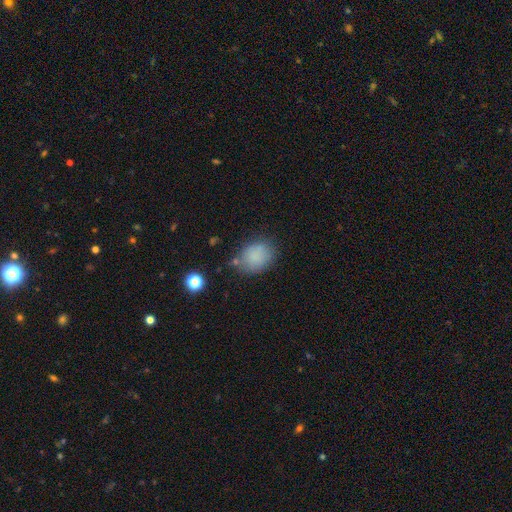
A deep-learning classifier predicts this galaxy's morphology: type=smooth (82%); roundness=in between (51%); merging=none (69%).